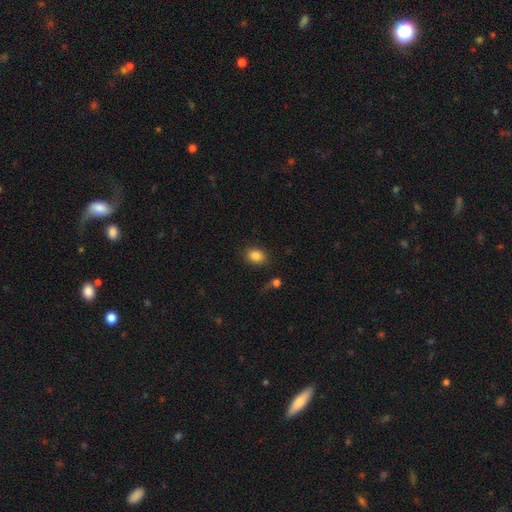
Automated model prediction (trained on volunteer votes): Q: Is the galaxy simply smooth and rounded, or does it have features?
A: smooth — 85%.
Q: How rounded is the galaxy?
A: in between — 65%.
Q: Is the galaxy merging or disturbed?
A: none — 82%.